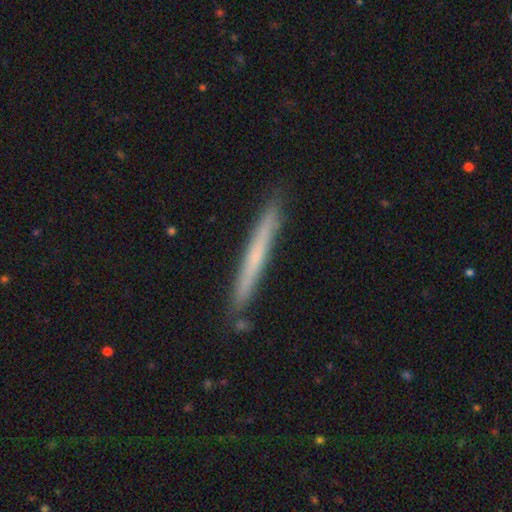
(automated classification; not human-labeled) A smooth galaxy with no disk features (53%) that is cigar-shaped (97%).

Vote fractions:
- Smooth or featured? smooth: 53% / featured or disk: 41% / star or artifact: 6%
- How rounded? cigar-shaped: 97% / in between: 2% / round: 1%
- Merging? none: 88% / minor disturbance: 9% / merger: 2% / major disturbance: 1%